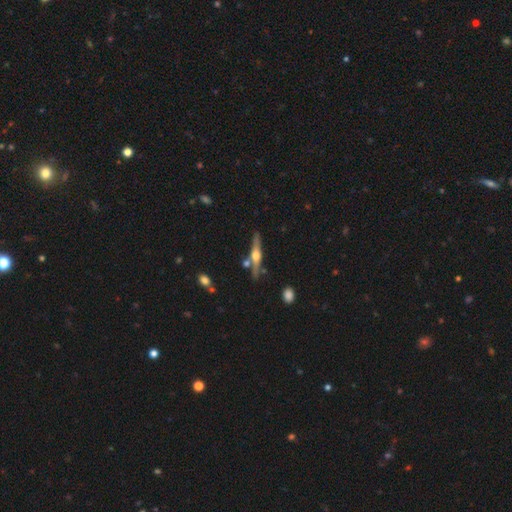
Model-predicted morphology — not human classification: Smooth or featured?
  - featured or disk: 71% *
  - smooth: 23%
  - star or artifact: 6%
Edge-on disk?
  - yes: 96% *
  - no: 4%
Edge-on bulge?
  - rounded: 93% *
  - boxy: 4%
  - none: 3%
Merging?
  - none: 75% *
  - minor disturbance: 12%
  - merger: 10%
  - major disturbance: 3%